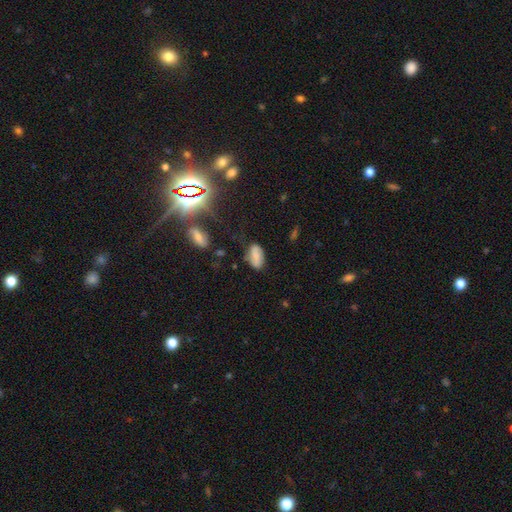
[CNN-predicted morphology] Smooth or featured: smooth — 69% (featured or disk — 20%)
How rounded: in between — 92% (round — 5%)
Merging: none — 68% (minor disturbance — 23%)